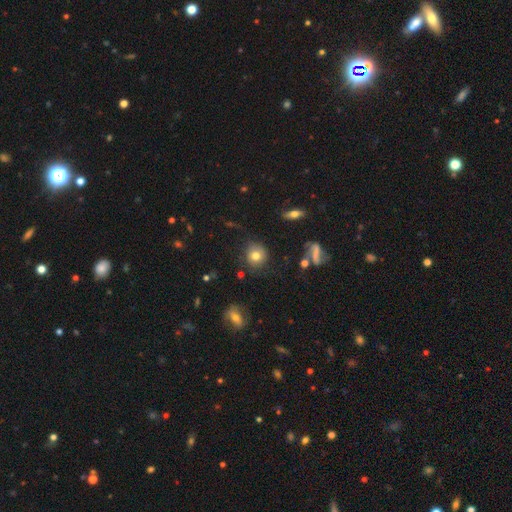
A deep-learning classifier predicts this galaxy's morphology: smooth_or_featured: smooth (p=0.72) [alt: featured or disk p=0.16]
how_rounded: round (p=0.85) [alt: in between p=0.14]
merging: none (p=0.75) [alt: minor disturbance p=0.16]